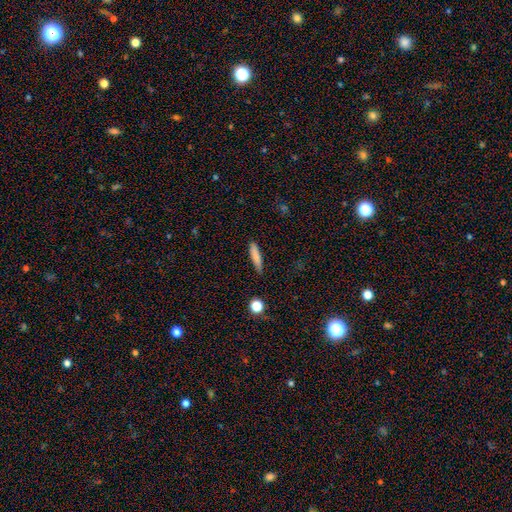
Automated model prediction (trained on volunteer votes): Q: Smooth or featured?
A: smooth (82%); runner-up: featured or disk (11%)
Q: How rounded?
A: cigar-shaped (84%); runner-up: in between (14%)
Q: Merging?
A: none (85%); runner-up: minor disturbance (11%)